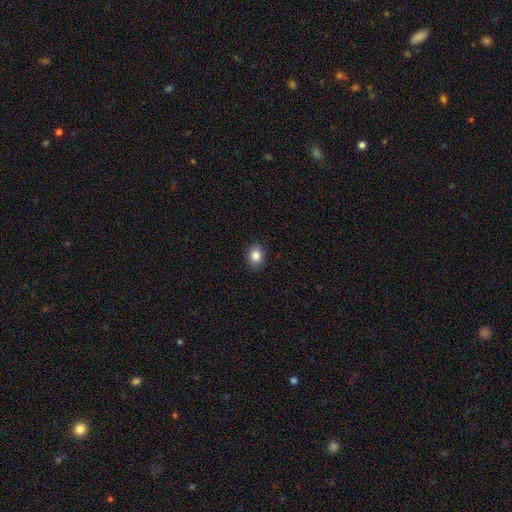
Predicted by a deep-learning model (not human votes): smooth_or_featured: smooth (p=0.86) [alt: star or artifact p=0.09]
how_rounded: round (p=0.55) [alt: in between p=0.44]
merging: none (p=0.90) [alt: minor disturbance p=0.07]